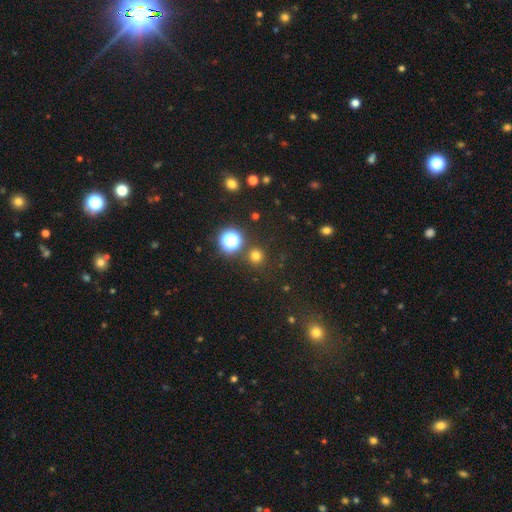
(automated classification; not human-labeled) This is likely a smooth galaxy (72%). How rounded: clearly round (95%). Merging: clearly none (87%).